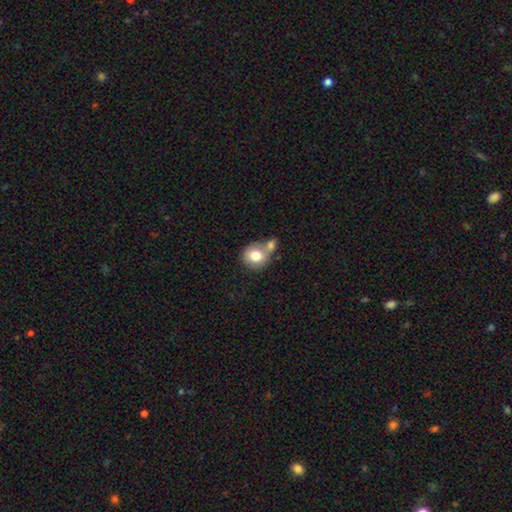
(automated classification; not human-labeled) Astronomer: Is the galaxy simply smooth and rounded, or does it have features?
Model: smooth — 77%.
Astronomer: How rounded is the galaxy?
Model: round — 75%.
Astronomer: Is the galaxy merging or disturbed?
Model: merger — 47% (runner-up: none, 37%).